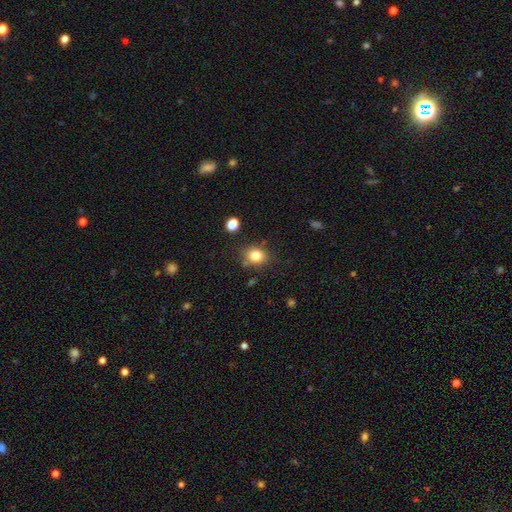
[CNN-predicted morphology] type=smooth (81%); roundness=round (62%); merging=none (77%).